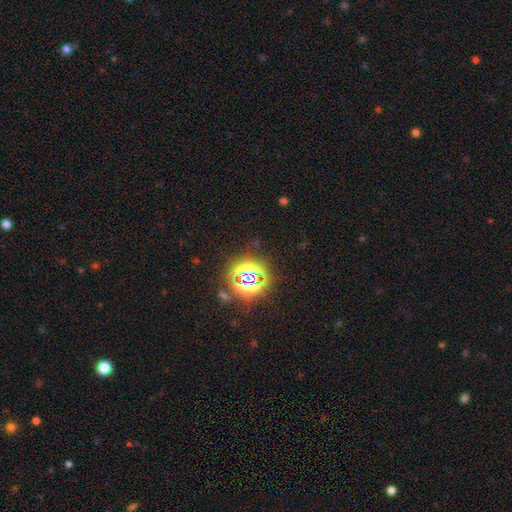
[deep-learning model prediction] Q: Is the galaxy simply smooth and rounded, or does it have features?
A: star or artifact — 85%.